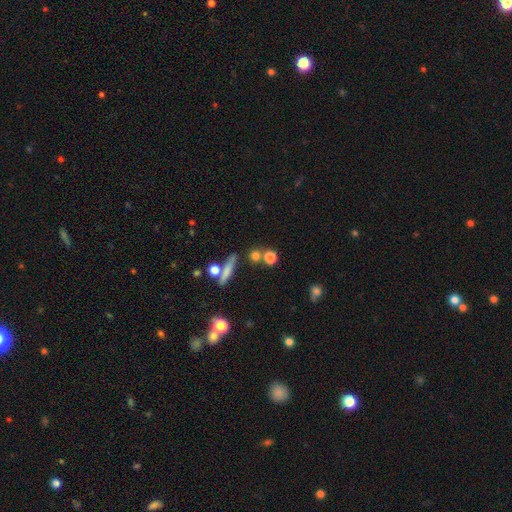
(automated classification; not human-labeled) A smooth galaxy with no disk features (72%) that is round (72%).

Vote fractions:
- Smooth or featured? smooth: 72% / star or artifact: 14% / featured or disk: 14%
- How rounded? round: 72% / cigar-shaped: 15% / in between: 13%
- Merging? none: 65% / merger: 21% / minor disturbance: 9% / major disturbance: 4%